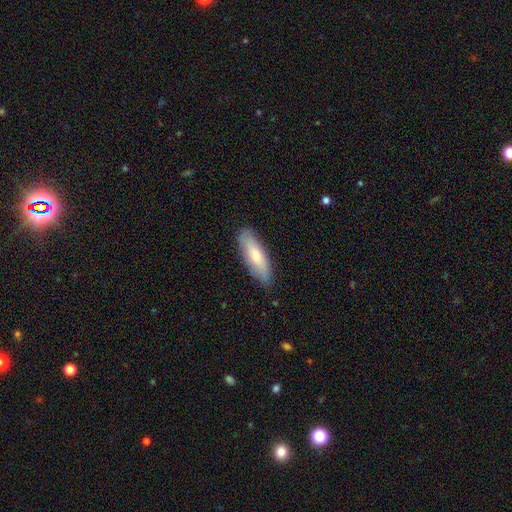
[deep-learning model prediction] A smooth galaxy with no disk features (72%) that is in between round and cigar-shaped (49%, tied with cigar-shaped).

Vote fractions:
- Smooth or featured? smooth: 72% / featured or disk: 23% / star or artifact: 6%
- How rounded? in between: 49% (tied) / cigar-shaped: 49% (tied) / round: 2%
- Merging? none: 83% / minor disturbance: 13% / major disturbance: 2% / merger: 1%